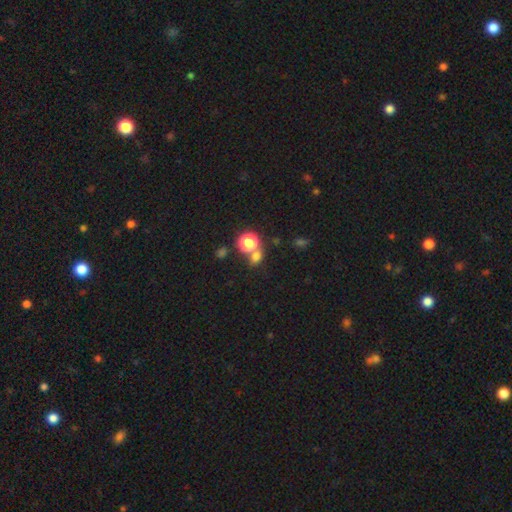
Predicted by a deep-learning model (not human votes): A smooth galaxy with no disk features (68%) that is round (62%). Merging: none (60%).